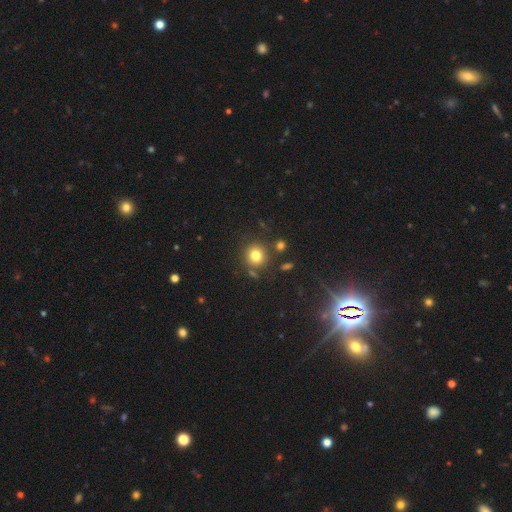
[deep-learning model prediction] This appears to be a smooth galaxy with no disk features (79%) that is round (90%). Merging: none (80%).